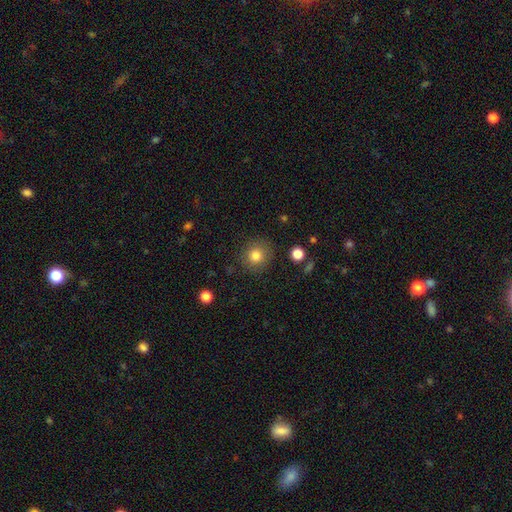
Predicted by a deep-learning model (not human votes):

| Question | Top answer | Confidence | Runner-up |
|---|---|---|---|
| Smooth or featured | smooth | 82% | star or artifact (11%) |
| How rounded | round | 89% | in between (10%) |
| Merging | none | 86% | minor disturbance (9%) |